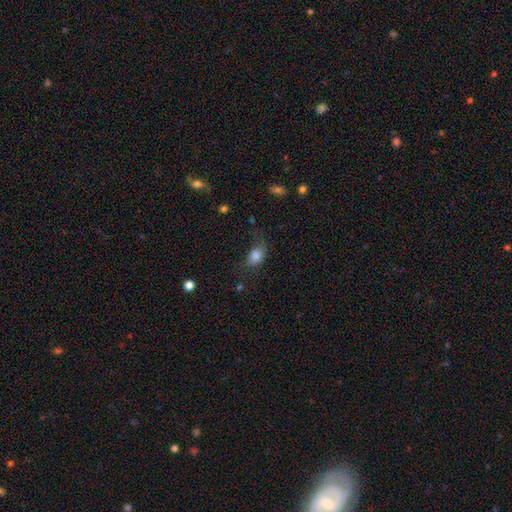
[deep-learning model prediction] Smooth or featured? smooth (82%)
How rounded? in between (71%)
Merging? none (43%)